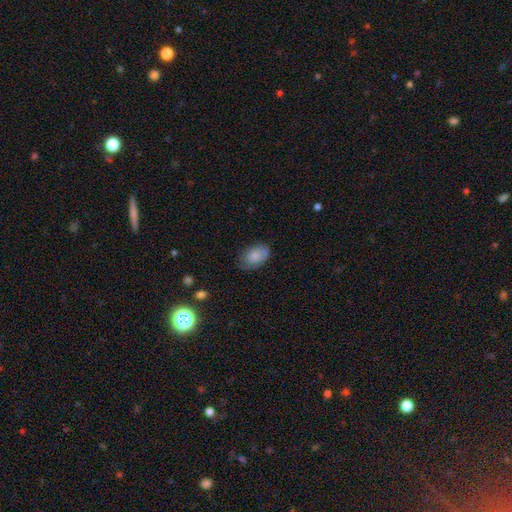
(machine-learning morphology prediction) A smooth galaxy with no disk features (77%) that is in between round and cigar-shaped (89%).

Vote fractions:
- Smooth or featured? smooth: 77% / featured or disk: 15% / star or artifact: 7%
- How rounded? in between: 89% / round: 10% / cigar-shaped: 1%
- Merging? none: 65% / minor disturbance: 26% / major disturbance: 6% / merger: 2%